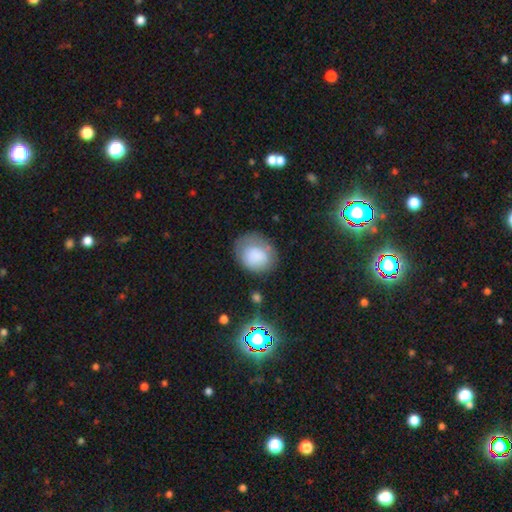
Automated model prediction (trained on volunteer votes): The model was most divided on "how rounded": round: 54%, in between: 45%, cigar-shaped: 1%. More confident: smooth or featured — smooth (76%); merging — none (60%).